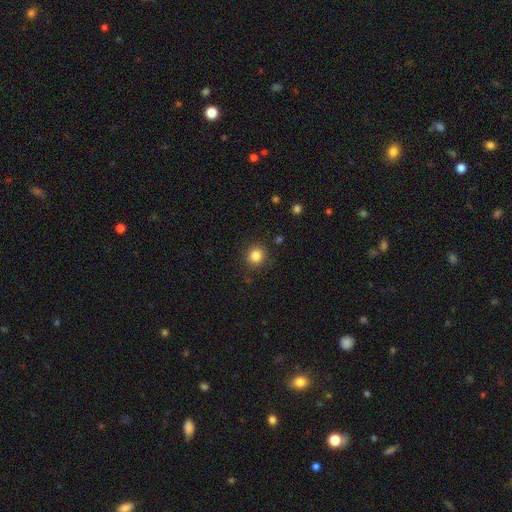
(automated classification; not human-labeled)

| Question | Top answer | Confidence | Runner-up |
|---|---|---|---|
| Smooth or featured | smooth | 84% | star or artifact (11%) |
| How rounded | round | 90% | in between (9%) |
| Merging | none | 89% | minor disturbance (7%) |